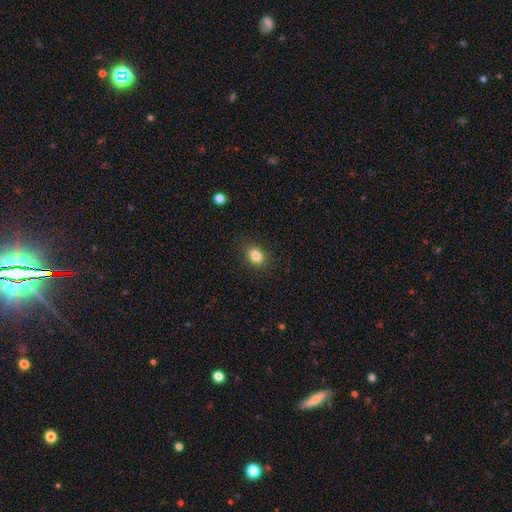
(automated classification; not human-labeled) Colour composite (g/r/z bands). It shows a smooth galaxy with no disk features (84%) that is round (53%). Merging: none (87%).